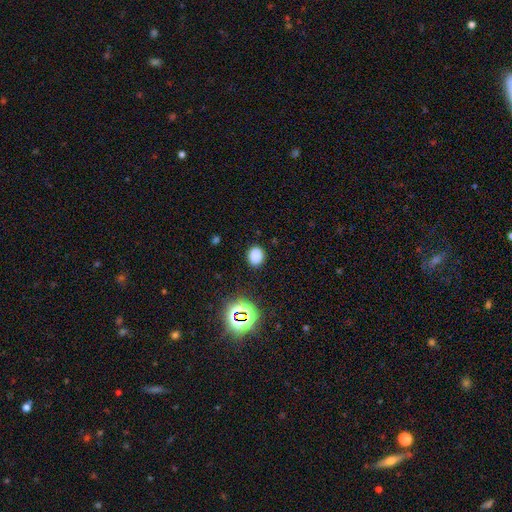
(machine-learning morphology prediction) Overall: smooth (80%). How rounded: in between (53%; round 45%). Merging: none (87%).